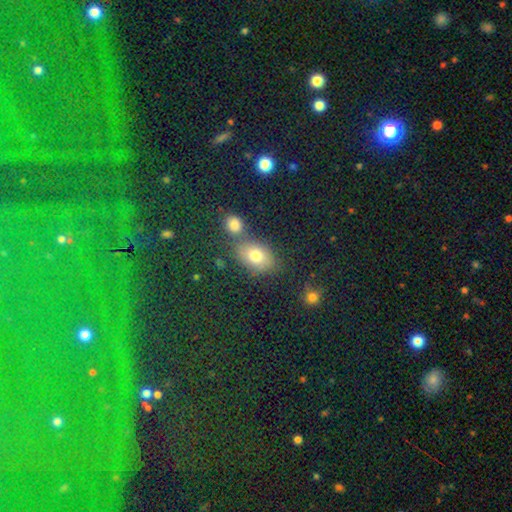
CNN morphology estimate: type=smooth (74%); roundness=in between (74%); merging=none (61%).